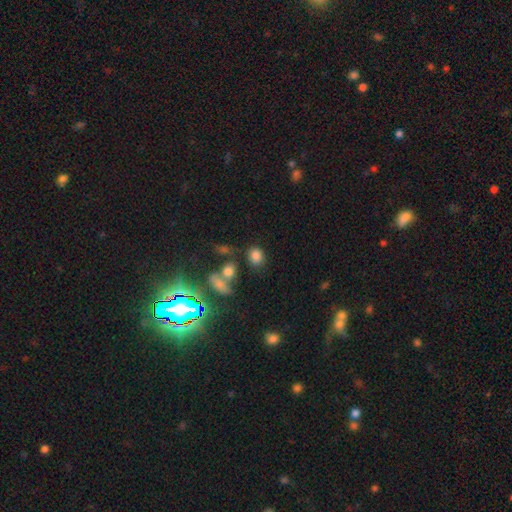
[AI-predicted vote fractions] smooth-or-featured: smooth: 78% | star or artifact: 14% | featured or disk: 7%
  how-rounded: round: 56% | in between: 42% | cigar-shaped: 2%
  merging: none: 69% | minor disturbance: 13% | merger: 12% | major disturbance: 6%